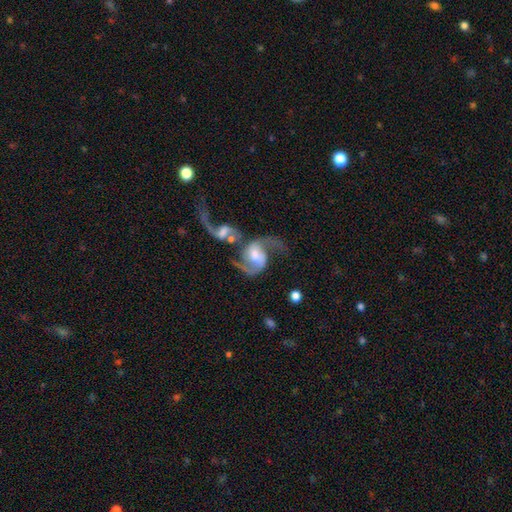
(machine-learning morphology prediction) type=featured or disk (85%); edge-on=no (97%); bar=weak (47%); spiral arms=yes (95%); winding=loose (62%); arm count=2 (87%); bulge=moderate (46%); merging=merger (52%).